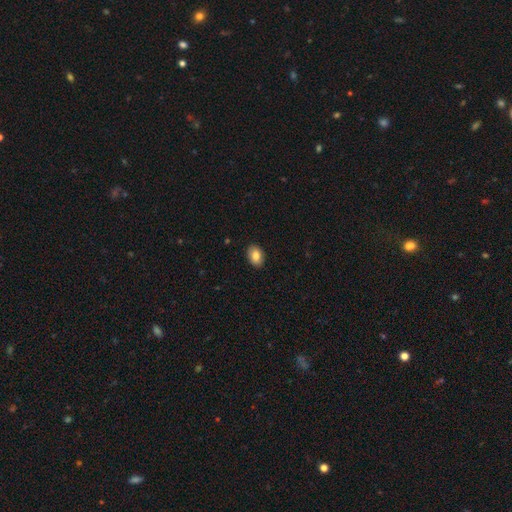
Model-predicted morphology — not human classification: Smooth or featured? Predicted: smooth (p=0.84). How rounded? Predicted: in between (p=0.82). Merging? Predicted: none (p=0.90).